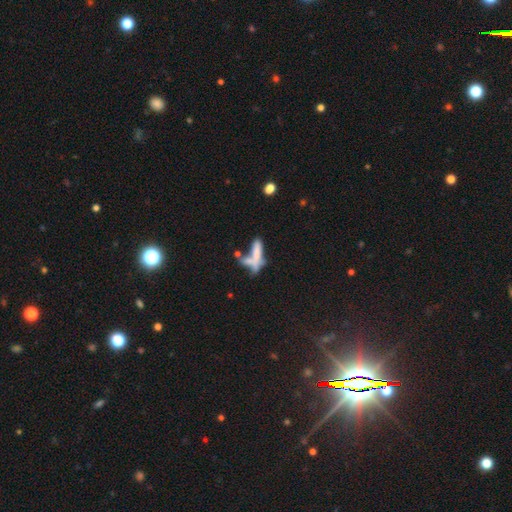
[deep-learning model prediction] Q: Smooth or featured?
A: smooth (57%); runner-up: featured or disk (31%)
Q: How rounded?
A: cigar-shaped (67%); runner-up: in between (29%)
Q: Merging?
A: merger (46%); runner-up: none (26%)